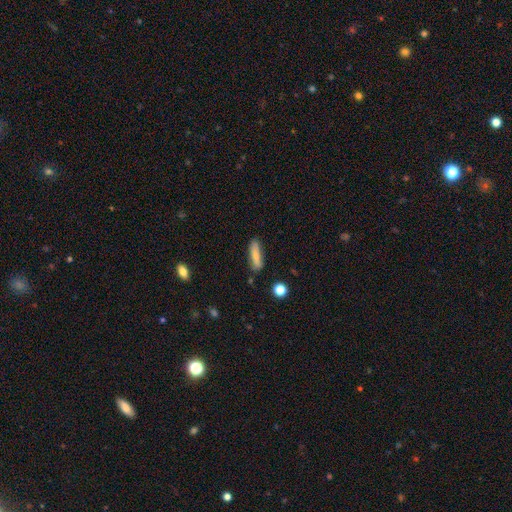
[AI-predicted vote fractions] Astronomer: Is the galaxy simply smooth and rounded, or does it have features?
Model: smooth — 74%.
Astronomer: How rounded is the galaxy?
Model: cigar-shaped — 64%.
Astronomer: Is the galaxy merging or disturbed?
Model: none — 78%.